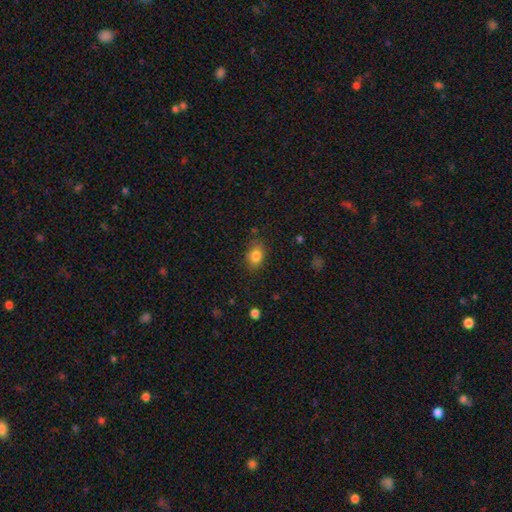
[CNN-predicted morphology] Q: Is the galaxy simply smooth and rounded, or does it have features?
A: smooth — 83%.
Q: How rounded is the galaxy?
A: in between — 80%.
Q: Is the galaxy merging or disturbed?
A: none — 79%.